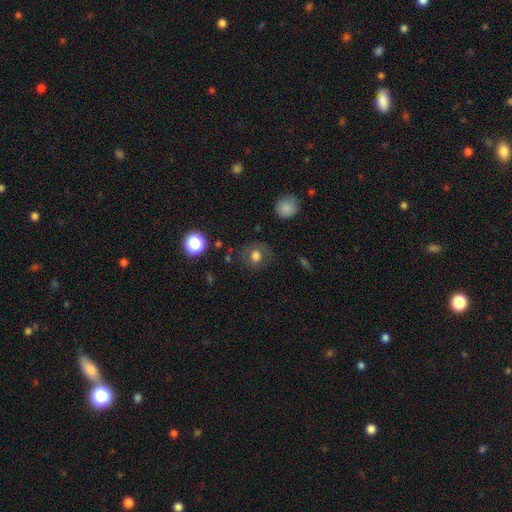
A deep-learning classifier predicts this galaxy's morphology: Overall: smooth (70%). How rounded: round (83%). Merging: none (76%).